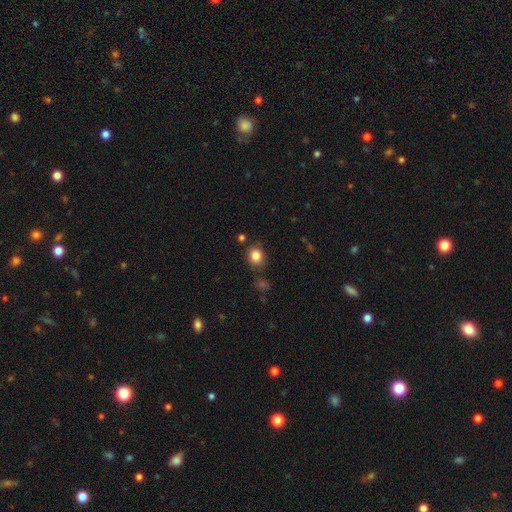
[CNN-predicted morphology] smooth-or-featured: smooth: 84% | star or artifact: 11% | featured or disk: 5%
  how-rounded: round: 69% | in between: 30% | cigar-shaped: 1%
  merging: none: 79% | minor disturbance: 13% | merger: 5% | major disturbance: 4%